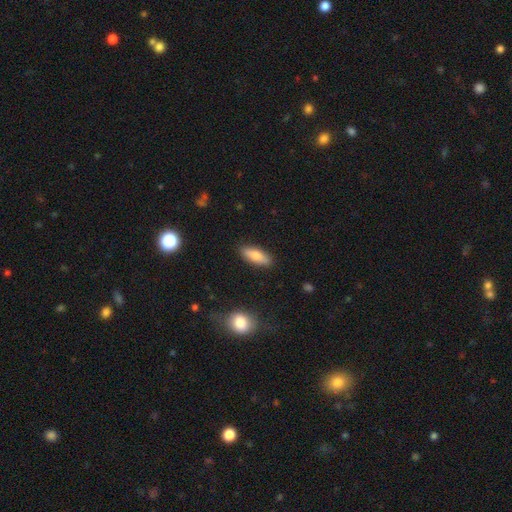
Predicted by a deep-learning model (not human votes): Q: Smooth or featured?
A: smooth (77%); runner-up: featured or disk (17%)
Q: How rounded?
A: in between (66%); runner-up: cigar-shaped (32%)
Q: Merging?
A: none (87%); runner-up: minor disturbance (10%)